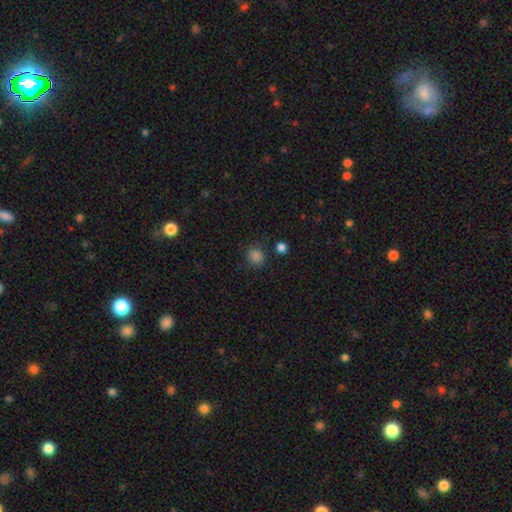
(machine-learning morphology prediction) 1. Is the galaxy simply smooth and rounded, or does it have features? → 83% smooth, 13% star or artifact, 4% featured or disk.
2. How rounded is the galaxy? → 85% round, 14% in between, 1% cigar-shaped.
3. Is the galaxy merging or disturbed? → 79% none, 13% minor disturbance, 4% major disturbance, 4% merger.